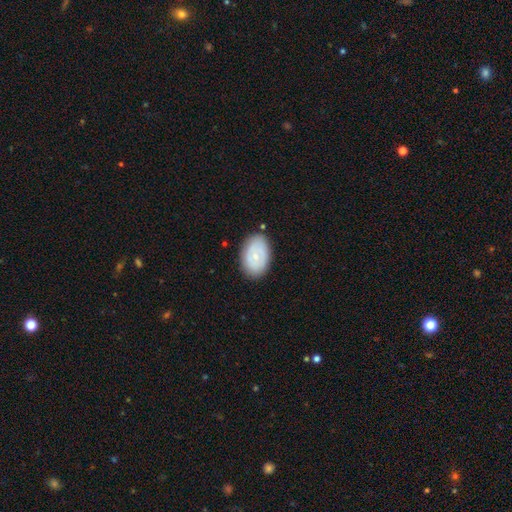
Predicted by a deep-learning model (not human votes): A smooth galaxy with no disk features (56%) that is in between round and cigar-shaped (87%).

Vote fractions:
- Smooth or featured? smooth: 56% / featured or disk: 38% / star or artifact: 7%
- How rounded? in between: 87% / round: 12% / cigar-shaped: 1%
- Merging? none: 83% / minor disturbance: 13% / major disturbance: 3% / merger: 2%